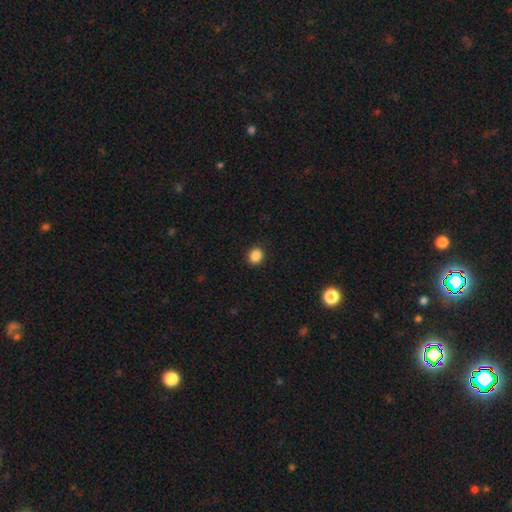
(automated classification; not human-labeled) Morphology: type=smooth (88%); roundness=round (69%); merging=none (91%).